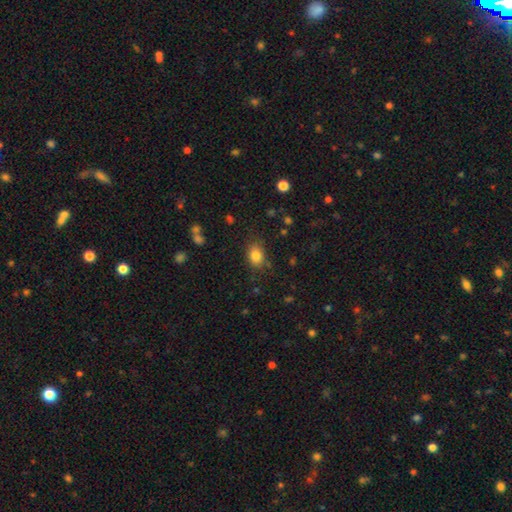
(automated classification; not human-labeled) smooth_or_featured: smooth (p=0.83) [alt: star or artifact p=0.10]
how_rounded: in between (p=0.72) [alt: round p=0.27]
merging: none (p=0.78) [alt: minor disturbance p=0.15]